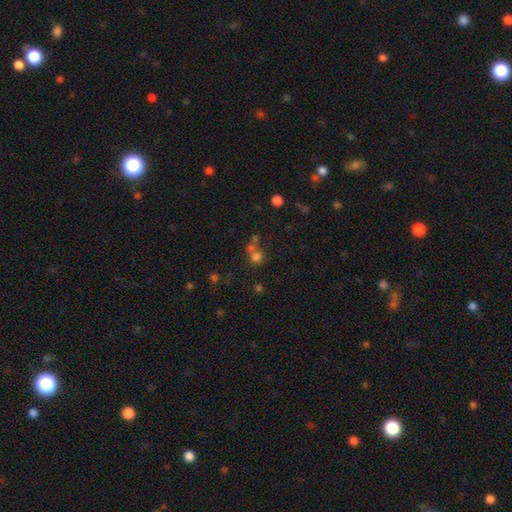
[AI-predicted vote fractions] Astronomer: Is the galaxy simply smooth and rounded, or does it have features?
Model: smooth — 62%.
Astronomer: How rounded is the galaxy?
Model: round — 86%.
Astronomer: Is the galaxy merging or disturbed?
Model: none — 50% (runner-up: merger, 37%).